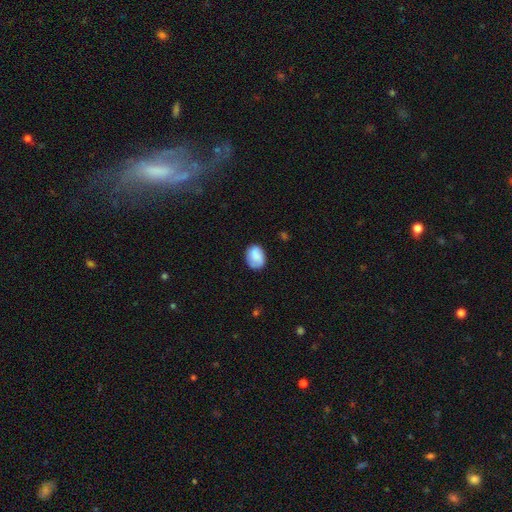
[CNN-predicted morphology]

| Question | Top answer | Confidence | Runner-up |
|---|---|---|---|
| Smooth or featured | smooth | 80% | featured or disk (13%) |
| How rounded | in between | 67% | round (32%) |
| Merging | none | 73% | minor disturbance (21%) |